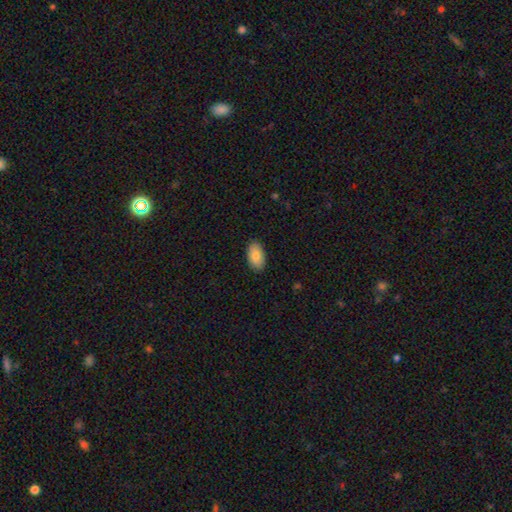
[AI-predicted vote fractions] Q: Smooth or featured?
A: smooth (84%); runner-up: featured or disk (10%)
Q: How rounded?
A: in between (95%); runner-up: round (4%)
Q: Merging?
A: none (88%); runner-up: minor disturbance (9%)